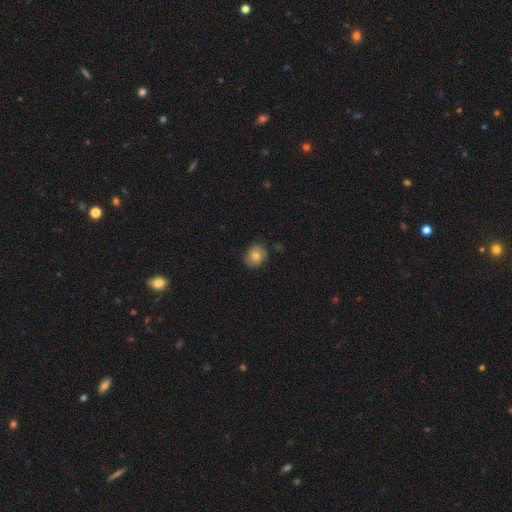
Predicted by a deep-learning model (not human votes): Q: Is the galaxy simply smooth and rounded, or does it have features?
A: smooth — 72%.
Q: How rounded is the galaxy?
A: round — 76%.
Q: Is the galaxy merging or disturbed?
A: none — 77%.